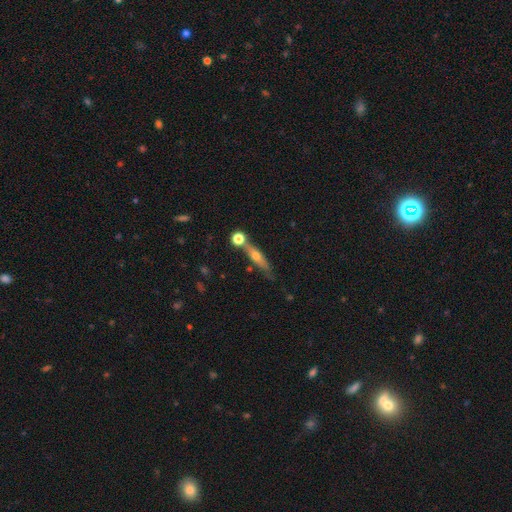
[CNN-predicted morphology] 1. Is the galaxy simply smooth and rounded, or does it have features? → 49% featured or disk, 43% smooth, 8% star or artifact.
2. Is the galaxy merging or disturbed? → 64% none, 16% minor disturbance, 15% merger, 5% major disturbance.